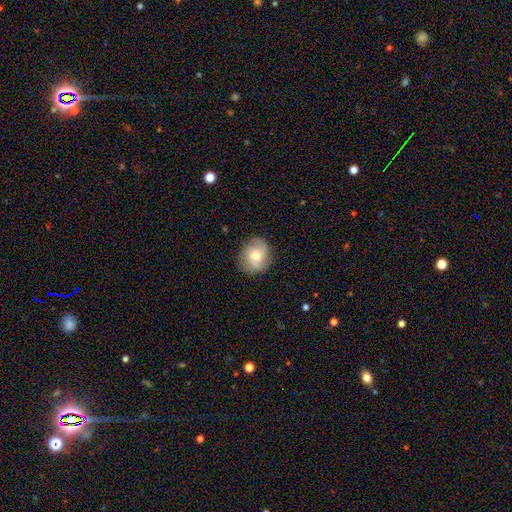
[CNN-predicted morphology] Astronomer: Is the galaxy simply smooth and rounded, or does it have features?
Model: smooth — 51% (runner-up: featured or disk, 41%).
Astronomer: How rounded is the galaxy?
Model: round — 69%.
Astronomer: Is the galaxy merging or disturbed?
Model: none — 79%.